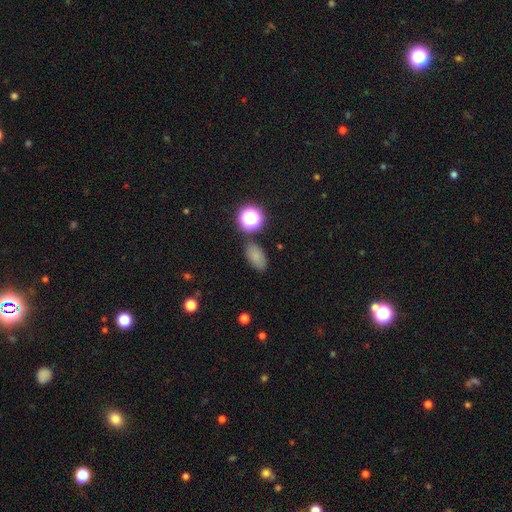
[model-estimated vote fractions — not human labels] Q: Smooth or featured?
A: smooth (76%); runner-up: star or artifact (16%)
Q: How rounded?
A: in between (86%); runner-up: round (10%)
Q: Merging?
A: none (79%); runner-up: minor disturbance (13%)